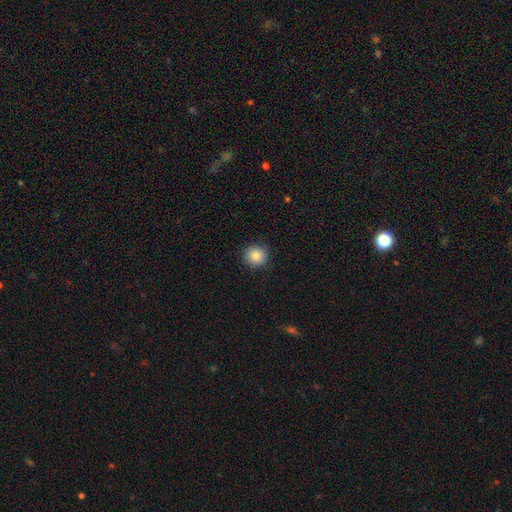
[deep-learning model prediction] smooth_or_featured: smooth (p=0.84) [alt: star or artifact p=0.09]
how_rounded: round (p=0.93) [alt: in between p=0.06]
merging: none (p=0.91) [alt: minor disturbance p=0.07]